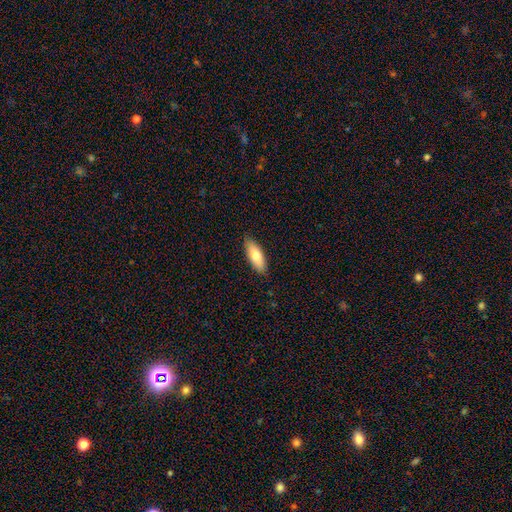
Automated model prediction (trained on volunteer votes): Smooth or featured? Predicted: smooth (p=0.77). How rounded? Predicted: in between (p=0.71). Merging? Predicted: none (p=0.87).